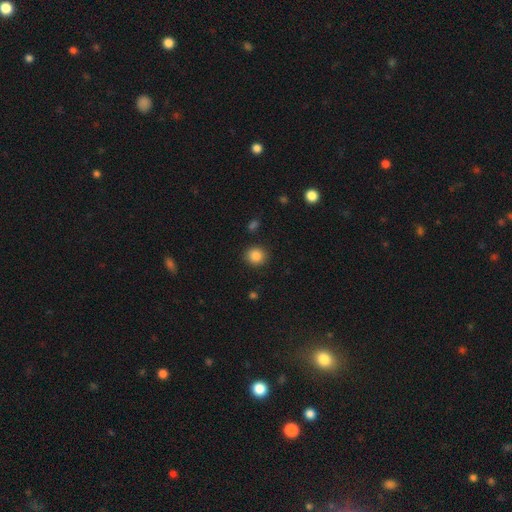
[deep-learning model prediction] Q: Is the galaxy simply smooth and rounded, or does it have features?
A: smooth — 86%.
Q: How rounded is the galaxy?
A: round — 87%.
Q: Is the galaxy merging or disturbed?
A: none — 90%.